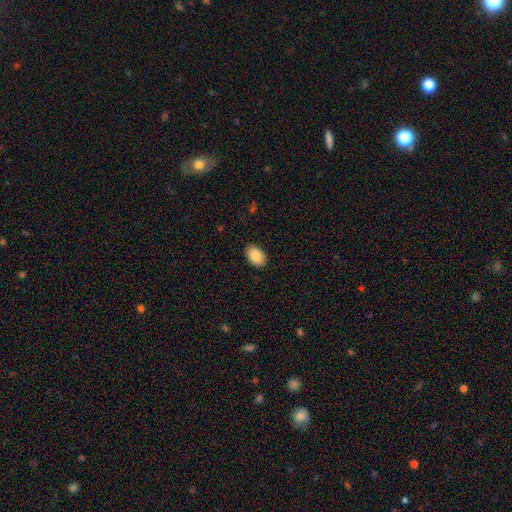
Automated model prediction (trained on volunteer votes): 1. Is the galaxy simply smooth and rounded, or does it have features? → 88% smooth, 7% star or artifact, 5% featured or disk.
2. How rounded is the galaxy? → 91% in between, 8% round, 1% cigar-shaped.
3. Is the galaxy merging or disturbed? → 90% none, 8% minor disturbance, 2% major disturbance, 1% merger.